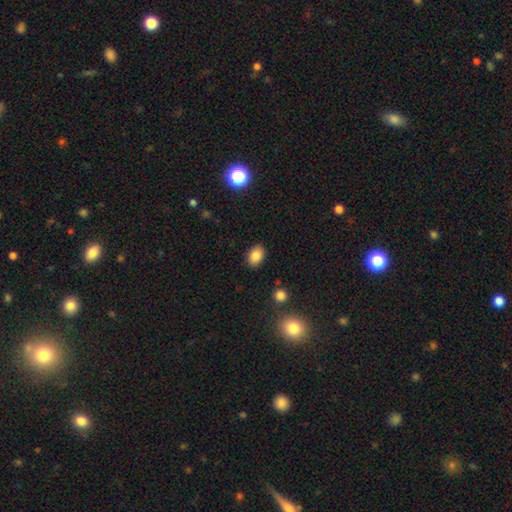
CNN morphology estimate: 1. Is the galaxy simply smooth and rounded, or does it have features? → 84% smooth, 10% star or artifact, 6% featured or disk.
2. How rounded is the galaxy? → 79% in between, 20% round, 1% cigar-shaped.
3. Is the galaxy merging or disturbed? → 87% none, 9% minor disturbance, 2% major disturbance, 2% merger.